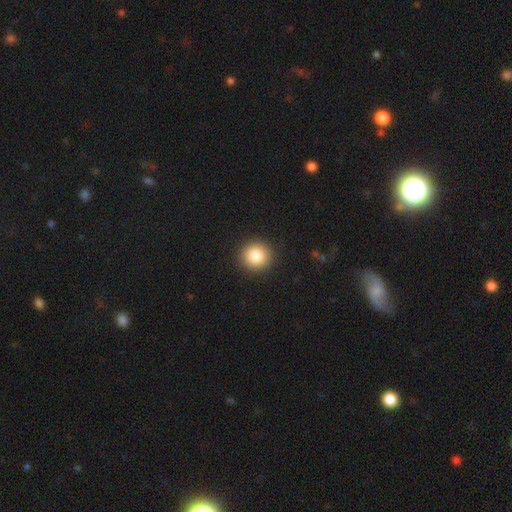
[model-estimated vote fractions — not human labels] This appears to be a smooth galaxy with no disk features (84%) that is round (91%). Merging: none (92%).